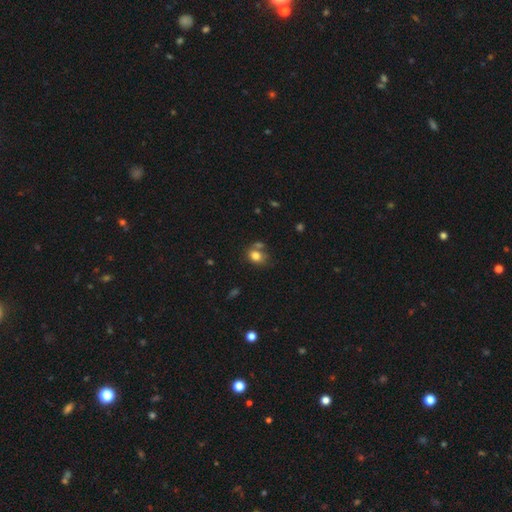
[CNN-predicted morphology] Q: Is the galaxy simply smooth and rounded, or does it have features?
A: smooth — 80%.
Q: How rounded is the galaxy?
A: in between — 50%.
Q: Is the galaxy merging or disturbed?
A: none — 52%.